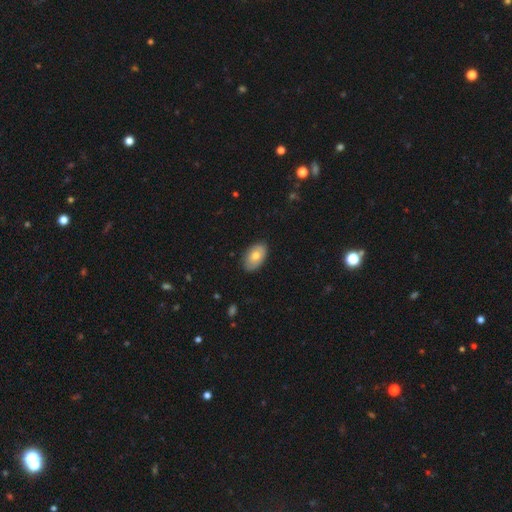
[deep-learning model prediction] Smooth or featured: smooth — 70% (featured or disk — 24%)
How rounded: in between — 92% (round — 7%)
Merging: none — 84% (minor disturbance — 13%)